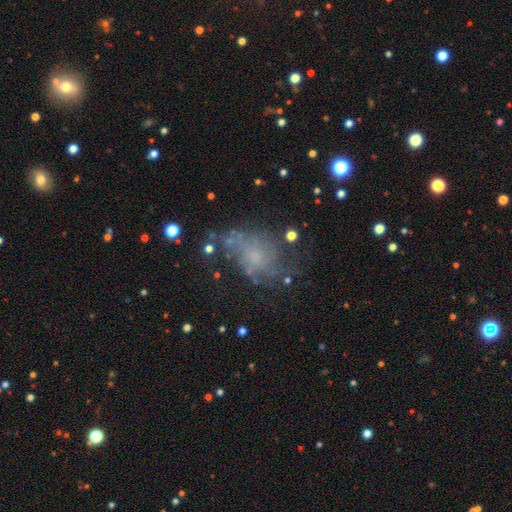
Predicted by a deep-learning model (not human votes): Smooth or featured: featured or disk — 49% (smooth — 34%)
Merging: none — 47% (minor disturbance — 24%)